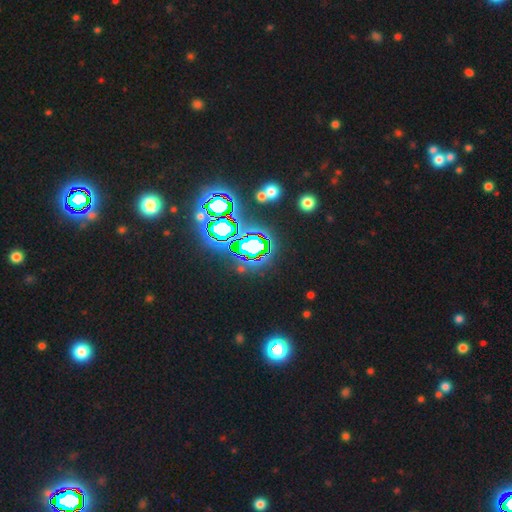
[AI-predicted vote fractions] This appears to be a star or artifact, not a galaxy (81%).